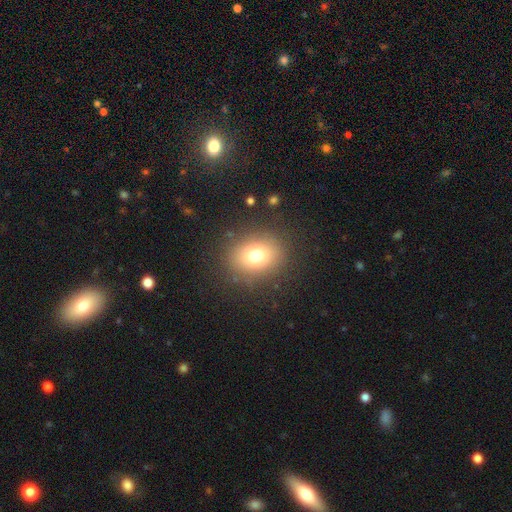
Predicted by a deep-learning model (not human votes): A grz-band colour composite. It shows a smooth galaxy with no disk features (73%) that is round (60%). Merging: none (85%).